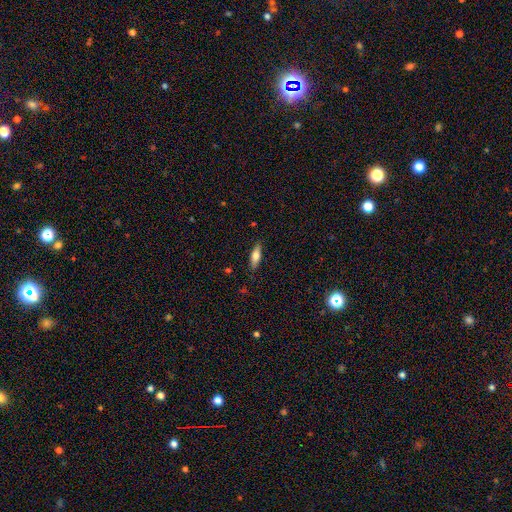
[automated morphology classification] Smooth or featured: smooth — 66% (featured or disk — 27%)
How rounded: in between — 54% (cigar-shaped — 44%)
Merging: none — 85% (minor disturbance — 12%)